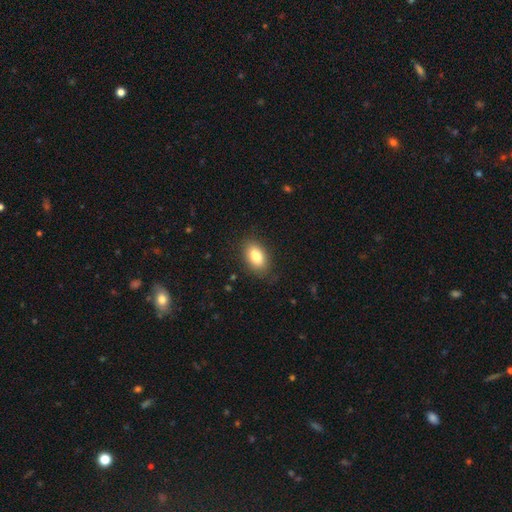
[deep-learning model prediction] Smooth or featured?
  - smooth: 82% *
  - featured or disk: 10%
  - star or artifact: 8%
How rounded?
  - in between: 90% *
  - round: 7%
  - cigar-shaped: 2%
Merging?
  - none: 83% *
  - minor disturbance: 12%
  - major disturbance: 3%
  - merger: 1%